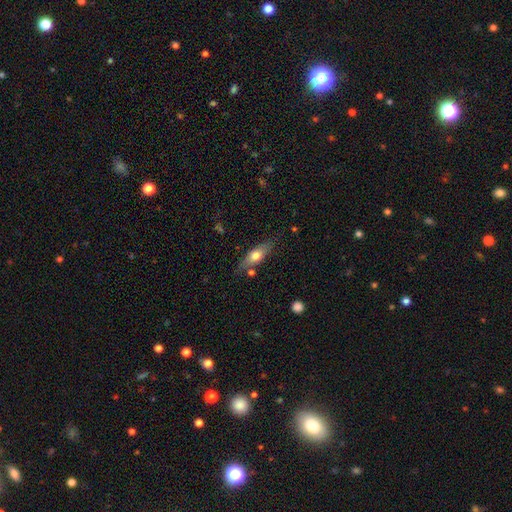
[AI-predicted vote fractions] This is possibly a smooth galaxy (60%). How rounded: possibly in between (57%). Merging: likely none (74%).